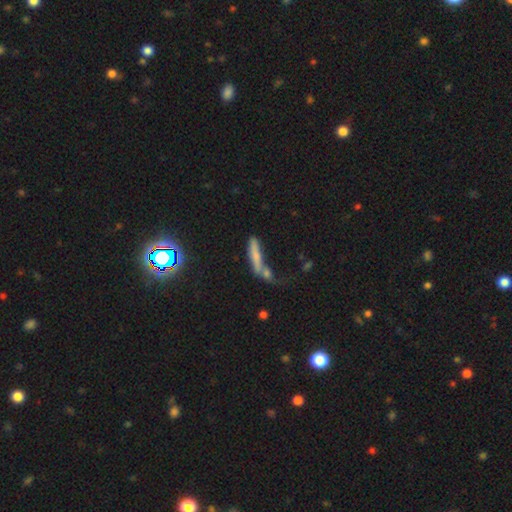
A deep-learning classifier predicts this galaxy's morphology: type=smooth (64%); roundness=cigar-shaped (84%); merging=none (42%).